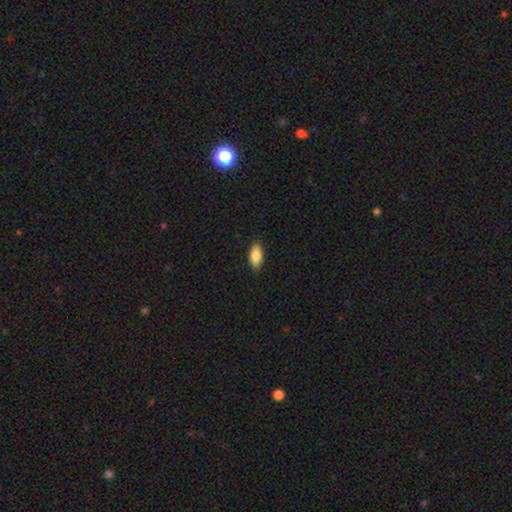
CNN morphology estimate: A smooth galaxy with no disk features (85%) that is in between round and cigar-shaped (90%).

Vote fractions:
- Smooth or featured? smooth: 85% / featured or disk: 8% / star or artifact: 7%
- How rounded? in between: 90% / cigar-shaped: 7% / round: 3%
- Merging? none: 88% / minor disturbance: 9% / major disturbance: 2% / merger: 1%